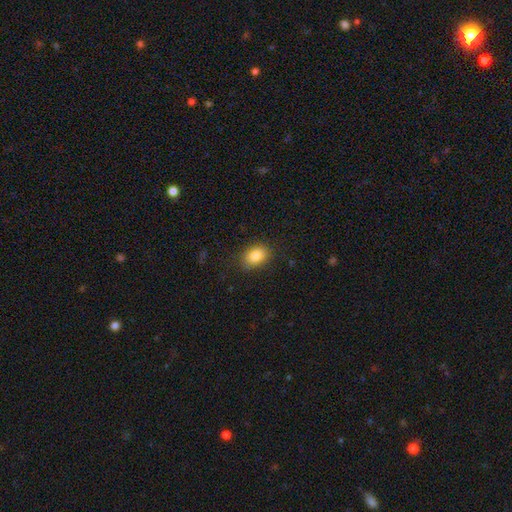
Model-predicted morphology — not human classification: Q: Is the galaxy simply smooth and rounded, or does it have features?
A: smooth — 85%.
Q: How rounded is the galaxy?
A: in between — 76%.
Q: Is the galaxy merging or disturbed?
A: none — 84%.